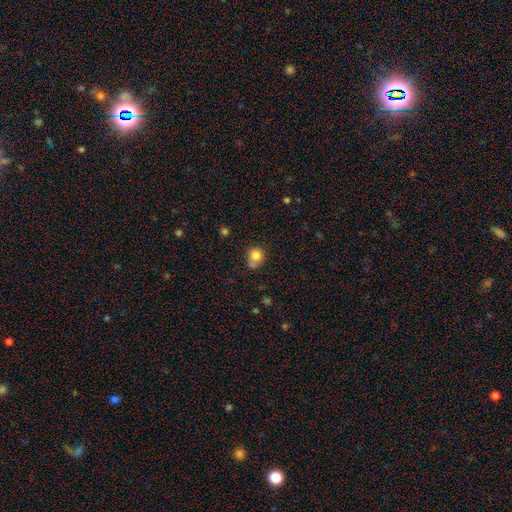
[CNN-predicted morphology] A smooth galaxy with no disk features (81%) that is round (80%).

Vote fractions:
- Smooth or featured? smooth: 81% / star or artifact: 10% / featured or disk: 9%
- How rounded? round: 80% / in between: 19% / cigar-shaped: 1%
- Merging? none: 47% / merger: 27% / minor disturbance: 18% / major disturbance: 7%